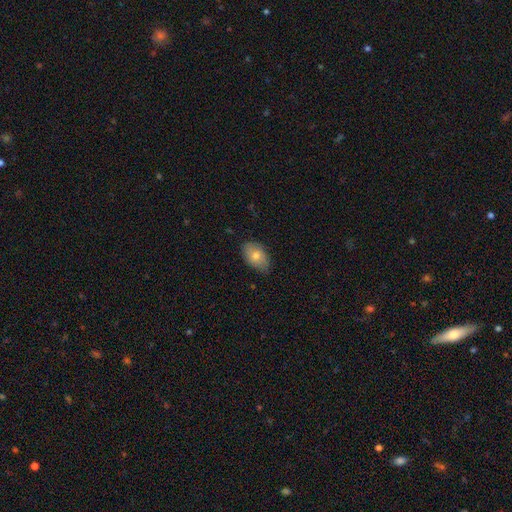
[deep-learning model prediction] Smooth or featured: smooth — 72% (featured or disk — 20%)
How rounded: in between — 90% (round — 9%)
Merging: none — 79% (minor disturbance — 17%)